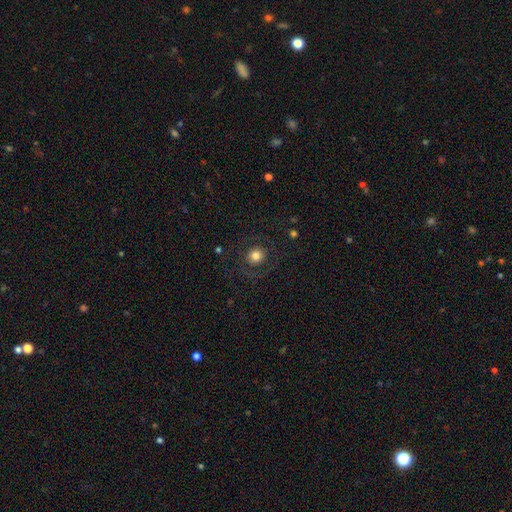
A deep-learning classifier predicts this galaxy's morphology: smooth-or-featured: smooth: 68% | featured or disk: 21% | star or artifact: 11%
  how-rounded: round: 89% | in between: 10% | cigar-shaped: 1%
  merging: none: 81% | minor disturbance: 9% | major disturbance: 9% | merger: 1%